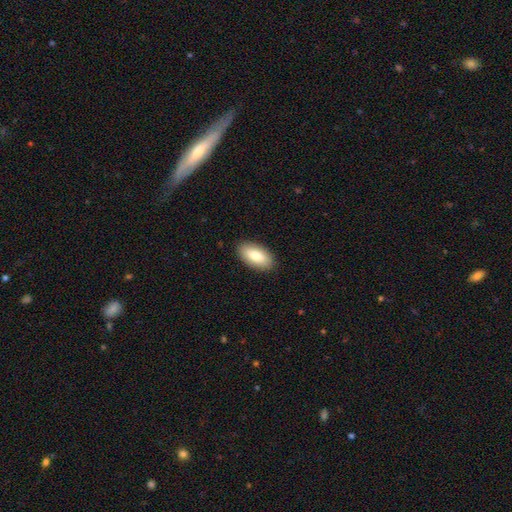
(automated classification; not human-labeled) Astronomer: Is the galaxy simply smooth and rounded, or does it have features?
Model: smooth — 81%.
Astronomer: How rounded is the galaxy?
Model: in between — 94%.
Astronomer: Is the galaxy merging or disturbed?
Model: none — 89%.